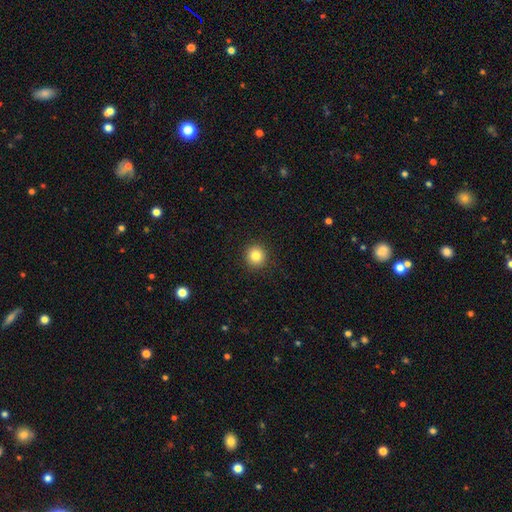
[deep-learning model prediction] Q: Smooth or featured?
A: smooth (84%); runner-up: star or artifact (11%)
Q: How rounded?
A: round (93%); runner-up: in between (6%)
Q: Merging?
A: none (92%); runner-up: minor disturbance (5%)